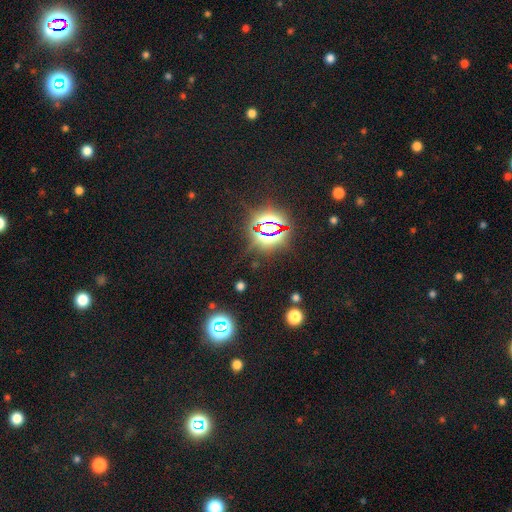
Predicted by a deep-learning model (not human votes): This is clearly a star or artifact rather than a galaxy (81%).